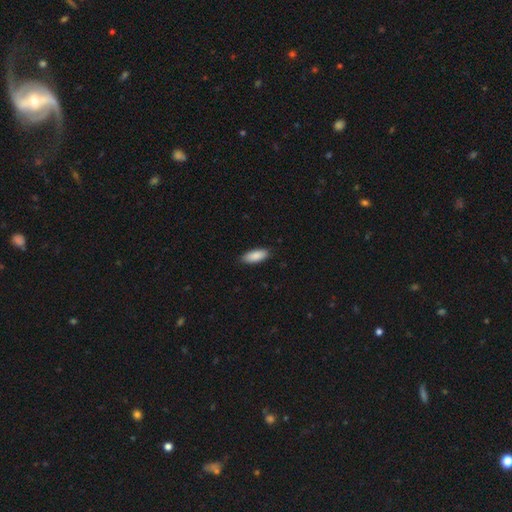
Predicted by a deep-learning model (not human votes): This appears to be a smooth galaxy with no disk features (89%) that is in between round and cigar-shaped (82%). Merging: none (87%).